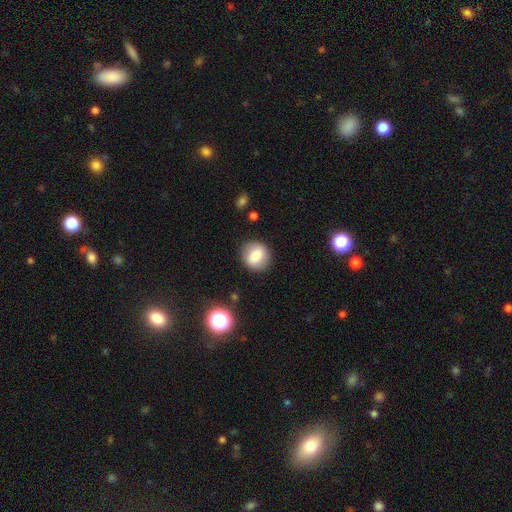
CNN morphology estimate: Smooth or featured? Predicted: smooth (p=0.78). How rounded? Predicted: round (p=0.82). Merging? Predicted: none (p=0.86).